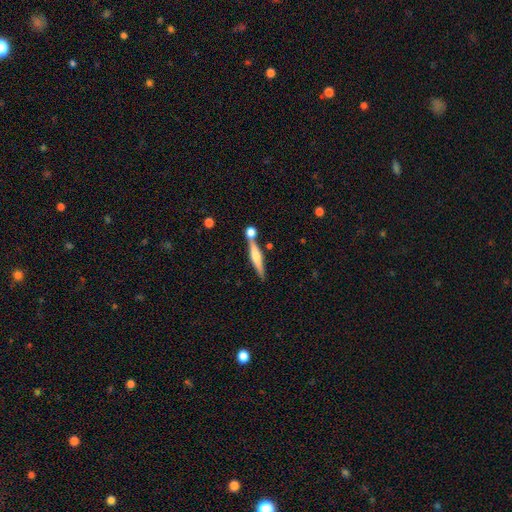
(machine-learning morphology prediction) This is possibly a featured or disk galaxy (60%). It is clearly viewed edge-on (97%). Edge-on bulge: likely rounded (70%). Merging: likely none (69%).